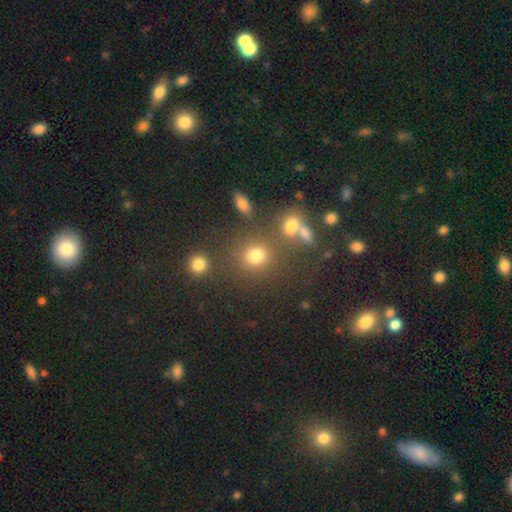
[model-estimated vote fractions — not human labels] Smooth or featured?
  - smooth: 75% *
  - star or artifact: 17%
  - featured or disk: 8%
How rounded?
  - round: 77% *
  - in between: 22%
  - cigar-shaped: 2%
Merging?
  - none: 69% *
  - merger: 15%
  - minor disturbance: 10%
  - major disturbance: 6%